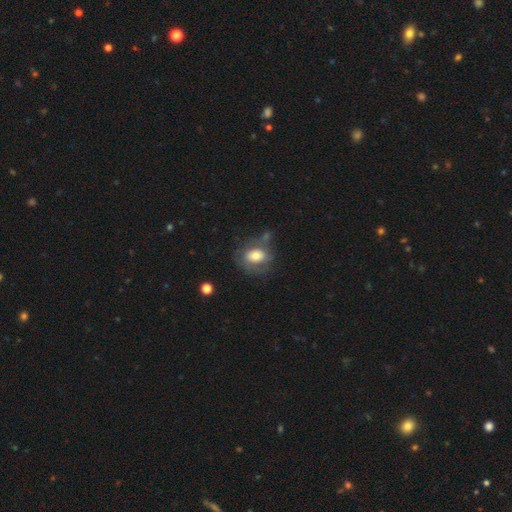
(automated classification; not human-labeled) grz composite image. It shows a smooth galaxy with no disk features (61%) that is in between round and cigar-shaped (52%). Merging: none (52%).